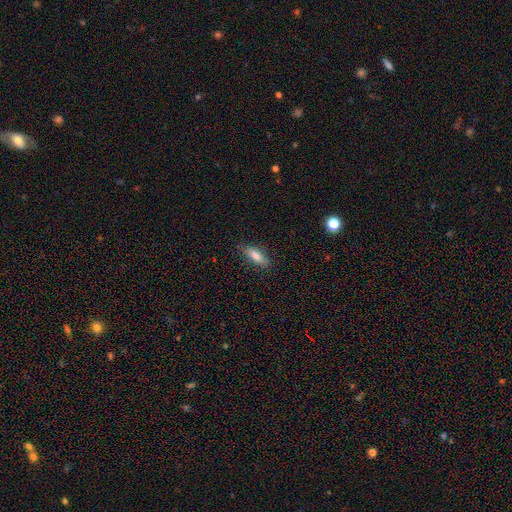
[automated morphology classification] This appears to be a smooth galaxy with no disk features (77%) that is in between round and cigar-shaped (65%). Merging: none (83%).